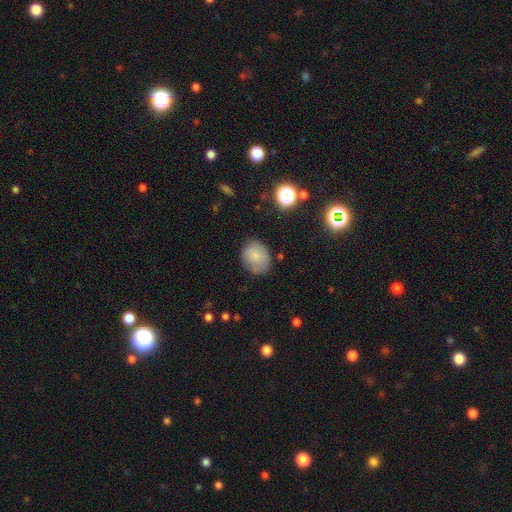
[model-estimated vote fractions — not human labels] Smooth or featured? smooth (77%)
How rounded? round (55%)
Merging? none (68%)